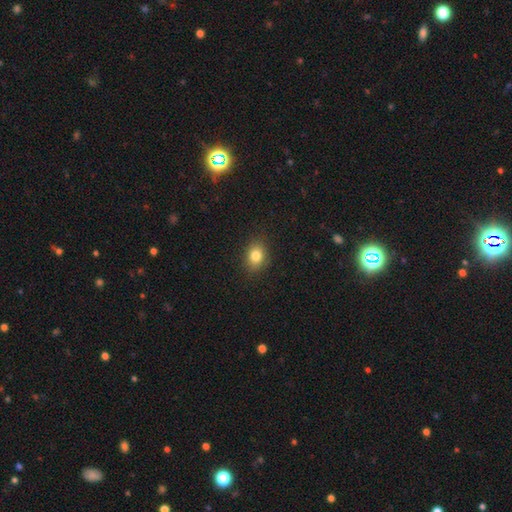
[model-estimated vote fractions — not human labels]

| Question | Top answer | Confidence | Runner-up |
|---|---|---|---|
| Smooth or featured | smooth | 82% | star or artifact (11%) |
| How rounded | in between | 59% | round (40%) |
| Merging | none | 87% | minor disturbance (10%) |